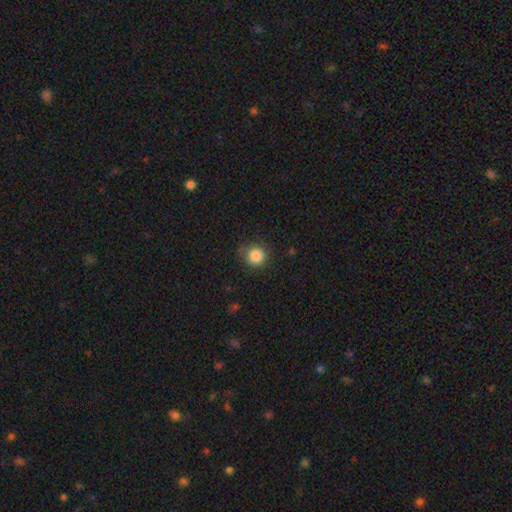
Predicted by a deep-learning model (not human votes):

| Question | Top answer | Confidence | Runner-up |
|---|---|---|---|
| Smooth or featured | smooth | 85% | star or artifact (10%) |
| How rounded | round | 93% | in between (6%) |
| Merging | none | 84% | minor disturbance (11%) |